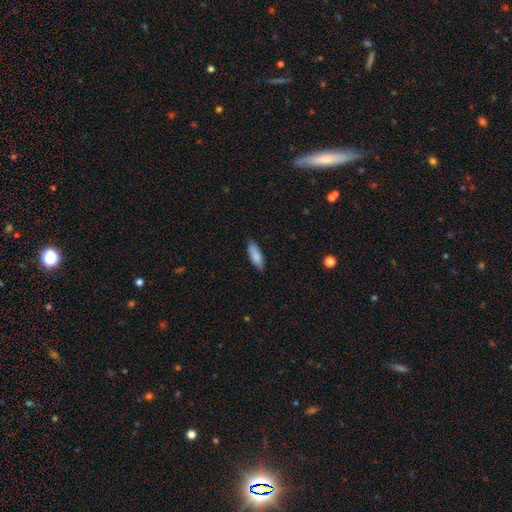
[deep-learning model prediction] Morphology: type=smooth (84%); roundness=in between (58%); merging=none (83%).